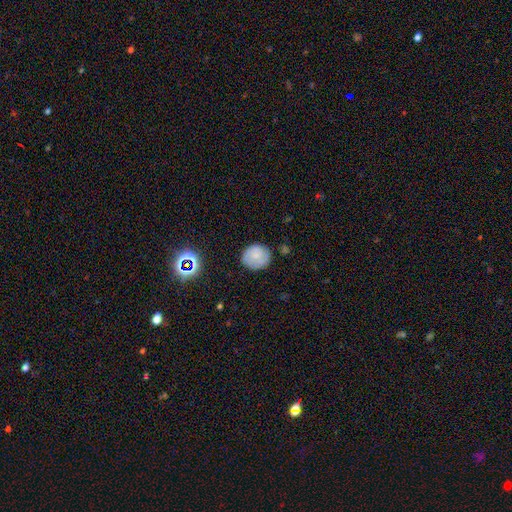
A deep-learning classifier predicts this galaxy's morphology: type=smooth (67%); roundness=round (81%); merging=none (78%).